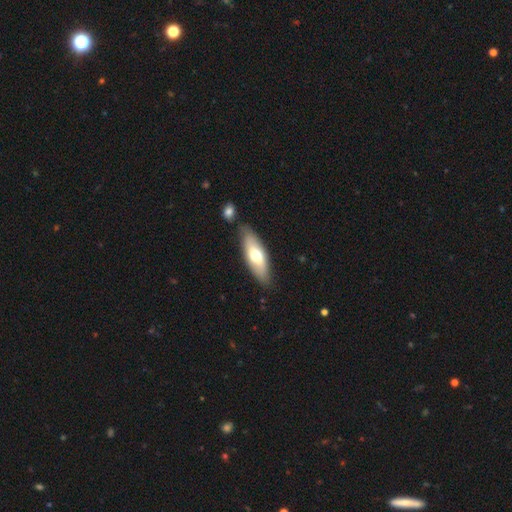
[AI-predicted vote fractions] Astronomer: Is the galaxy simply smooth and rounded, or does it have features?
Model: smooth — 59% (runner-up: featured or disk, 36%).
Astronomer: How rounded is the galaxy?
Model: in between — 65%.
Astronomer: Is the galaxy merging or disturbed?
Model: none — 78%.